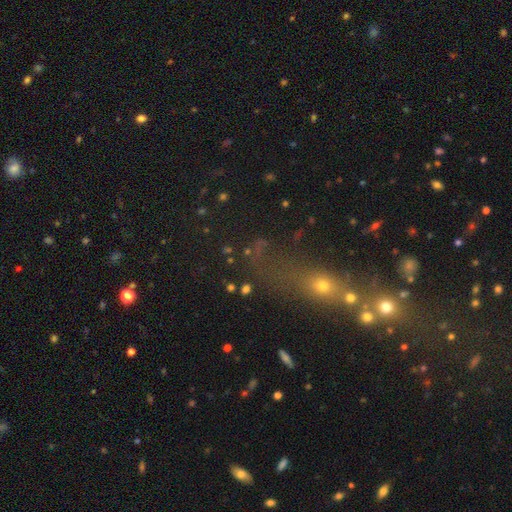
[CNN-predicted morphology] This appears to be a smooth galaxy with no disk features (42%). Merging: none (47%).